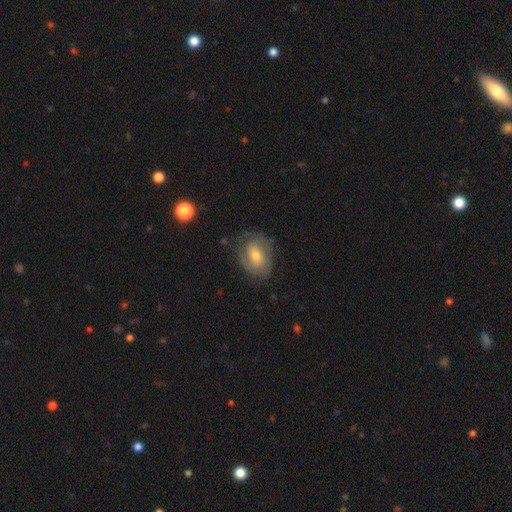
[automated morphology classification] Smooth or featured? Predicted: featured or disk (p=0.50). Edge-on disk? Predicted: no (p=0.95). Merging? Predicted: none (p=0.66).